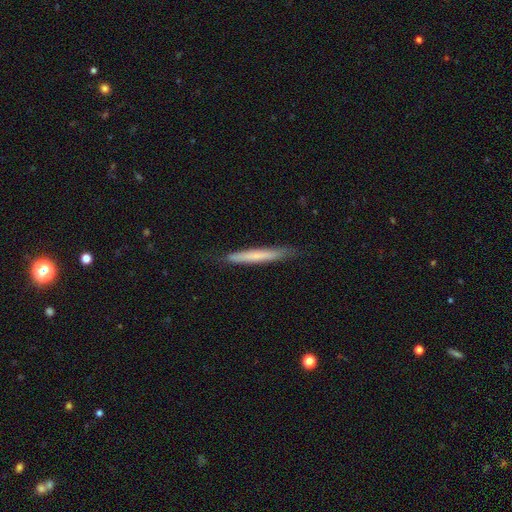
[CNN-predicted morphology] Overall: smooth (64%; featured or disk 30%). How rounded: cigar-shaped (96%). Merging: none (84%).